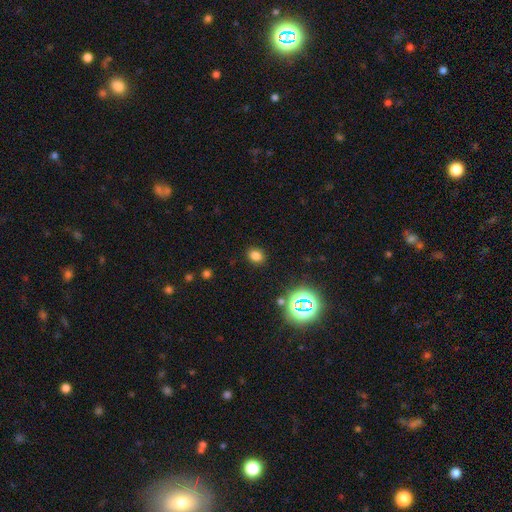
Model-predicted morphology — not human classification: This is likely a smooth galaxy (76%). How rounded: likely round (61%). Merging: clearly none (88%).